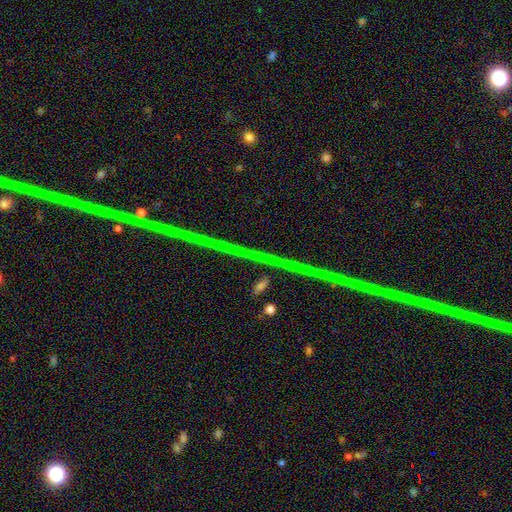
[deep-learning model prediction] Smooth or featured? star or artifact (73%)